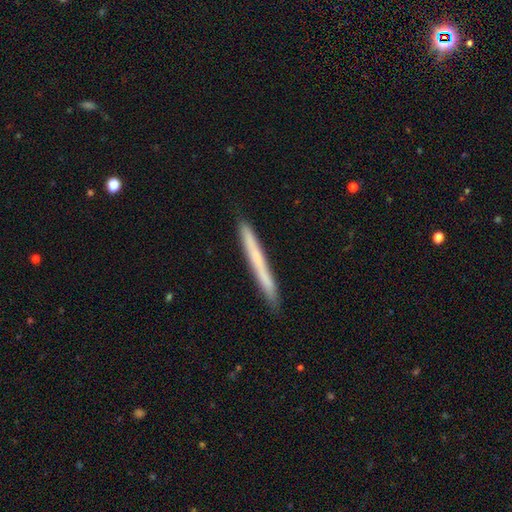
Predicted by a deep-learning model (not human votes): Smooth or featured?
  - smooth: 57% *
  - featured or disk: 37%
  - star or artifact: 6%
How rounded?
  - cigar-shaped: 97% *
  - in between: 2%
  - round: 1%
Merging?
  - none: 89% *
  - minor disturbance: 8%
  - major disturbance: 1%
  - merger: 1%